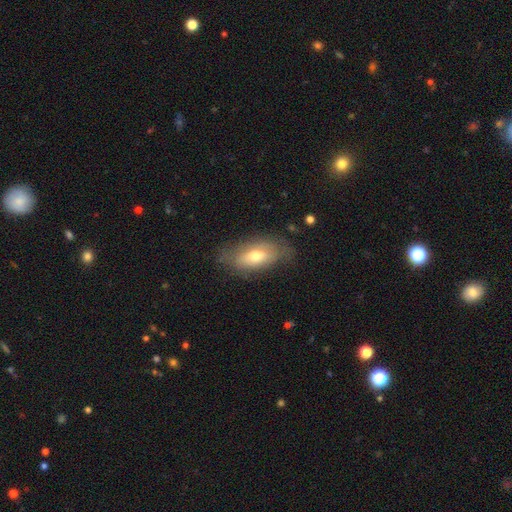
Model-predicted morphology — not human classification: A smooth galaxy with no disk features (63%) that is in between round and cigar-shaped (87%).

Vote fractions:
- Smooth or featured? smooth: 63% / featured or disk: 30% / star or artifact: 7%
- How rounded? in between: 87% / cigar-shaped: 9% / round: 4%
- Merging? none: 70% / minor disturbance: 22% / major disturbance: 7% / merger: 1%